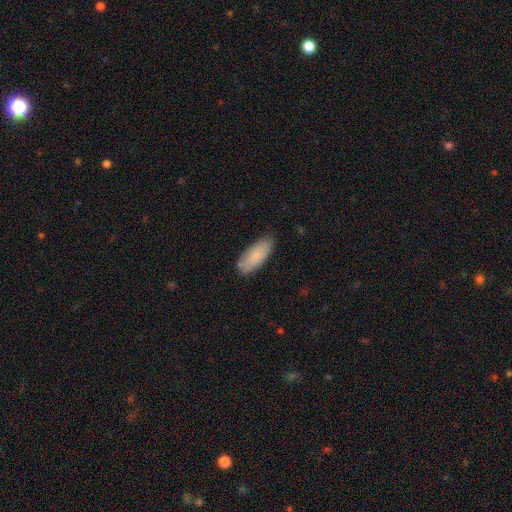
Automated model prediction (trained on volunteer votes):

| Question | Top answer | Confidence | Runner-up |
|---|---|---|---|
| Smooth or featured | smooth | 81% | featured or disk (13%) |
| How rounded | in between | 82% | cigar-shaped (17%) |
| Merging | none | 78% | minor disturbance (18%) |